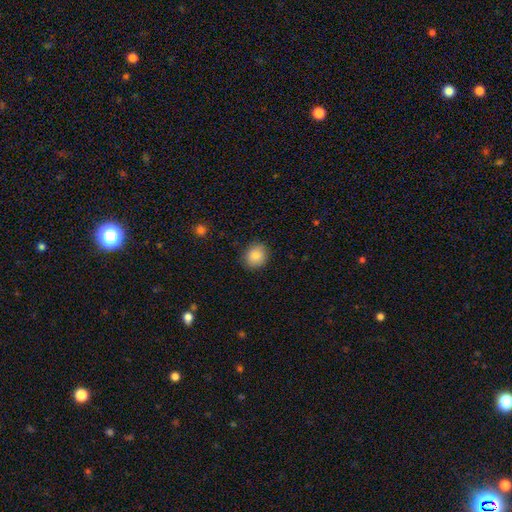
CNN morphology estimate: Smooth or featured? Predicted: smooth (p=0.87). How rounded? Predicted: round (p=0.72). Merging? Predicted: none (p=0.88).